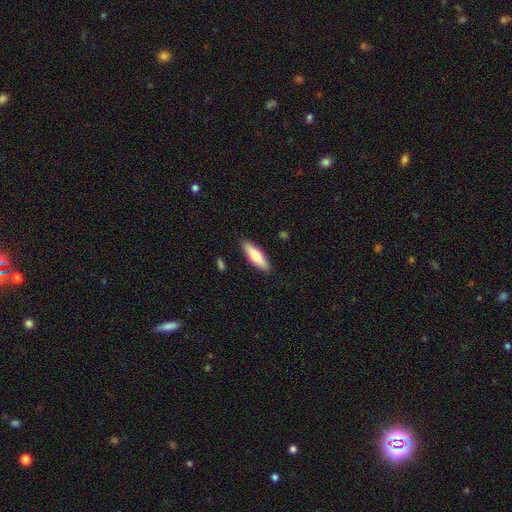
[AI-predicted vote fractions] Smooth or featured? smooth (72%)
How rounded? cigar-shaped (49%, tied with in between)
Merging? none (87%)